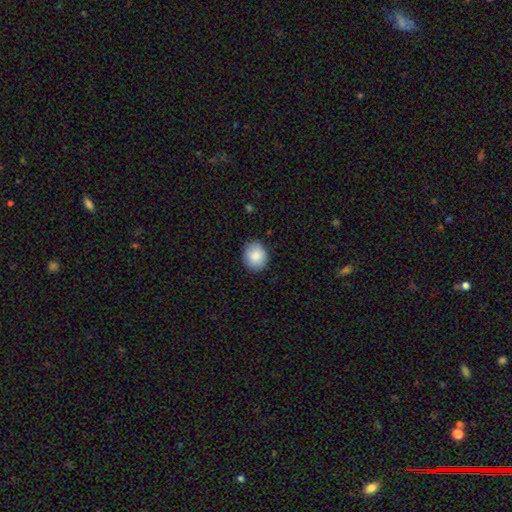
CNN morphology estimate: smooth-or-featured: smooth: 87% | star or artifact: 7% | featured or disk: 6%
  how-rounded: round: 65% | in between: 34% | cigar-shaped: 1%
  merging: none: 86% | minor disturbance: 10% | major disturbance: 2% | merger: 1%